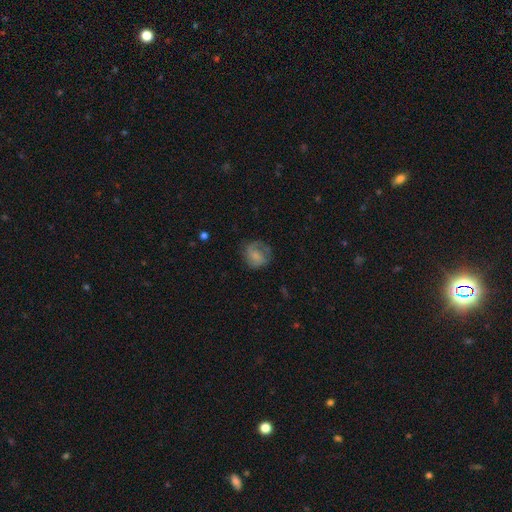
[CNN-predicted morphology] The model was most divided on "smooth or featured": smooth: 59%, featured or disk: 32%, star or artifact: 9%. More confident: how rounded — round (76%); merging — none (59%).